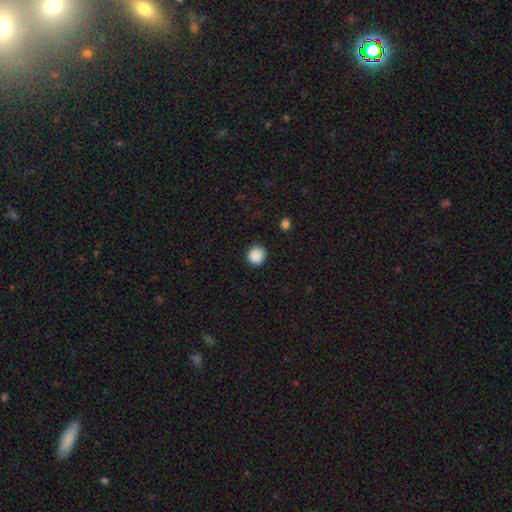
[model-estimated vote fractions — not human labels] smooth_or_featured: smooth (p=0.88) [alt: star or artifact p=0.09]
how_rounded: round (p=0.87) [alt: in between p=0.12]
merging: none (p=0.88) [alt: minor disturbance p=0.08]